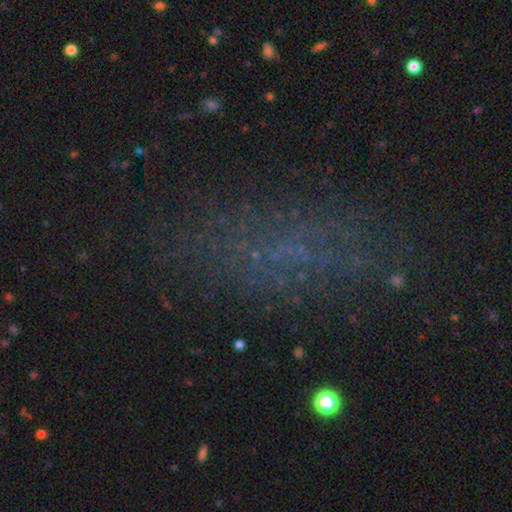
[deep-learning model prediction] Q: Smooth or featured?
A: star or artifact (41%); runner-up: smooth (30%)